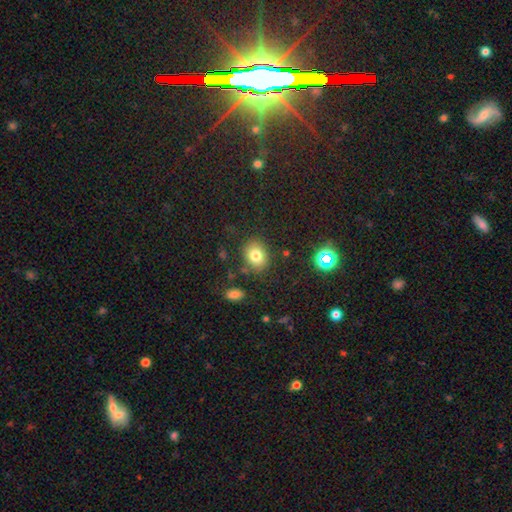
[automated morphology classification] This is likely a smooth galaxy (78%). How rounded: possibly round (53%). Merging: clearly none (81%).